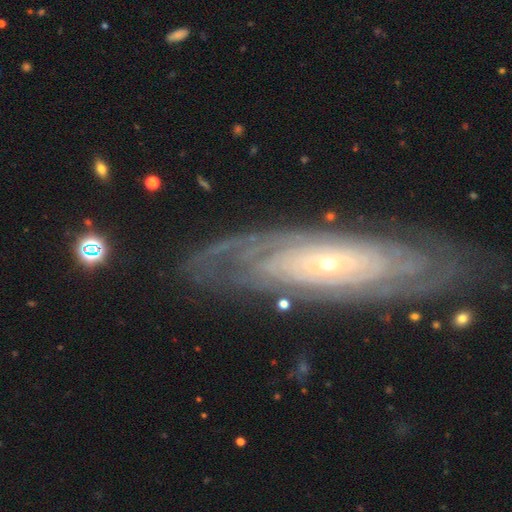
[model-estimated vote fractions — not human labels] Smooth or featured? featured or disk (83%)
Edge-on disk? no (84%)
Bar? no (79%)
Spiral arms? yes (91%)
Spiral winding? tight (80%)
Spiral arm count? can't tell (52%)
Bulge size? small (81%)
Merging? none (81%)